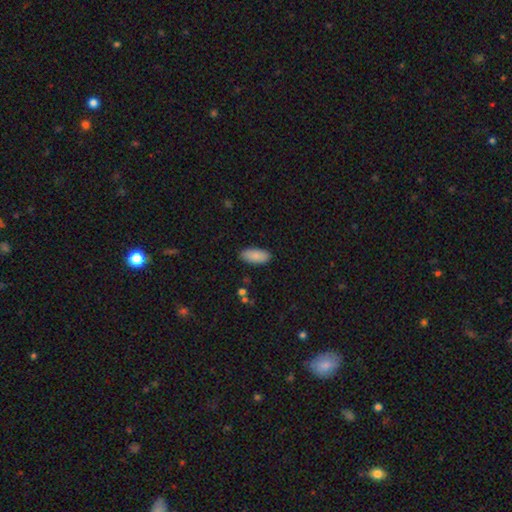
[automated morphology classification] smooth 88%, star or artifact 6%, featured or disk 6%. Down the decision tree: how rounded — in between (89%); merging — none (88%).